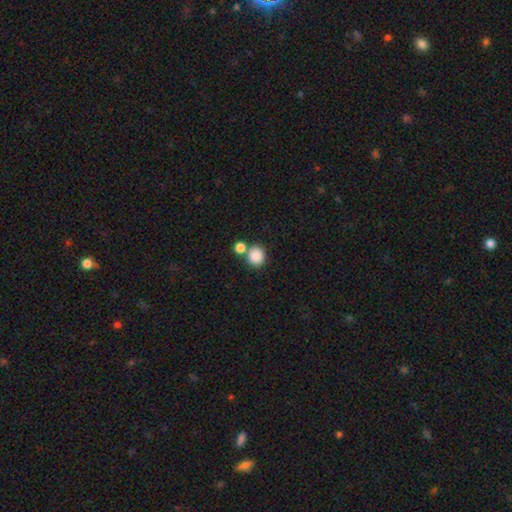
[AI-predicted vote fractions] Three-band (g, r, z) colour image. It shows a smooth galaxy with no disk features (86%) that is round (81%). Merging: none (62%).